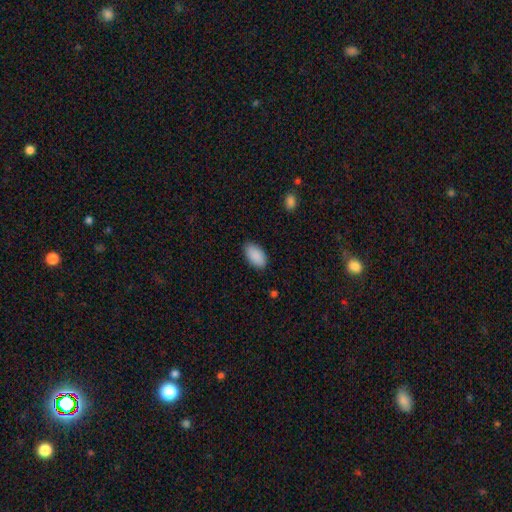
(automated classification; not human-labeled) Smooth or featured? Predicted: smooth (p=0.91). How rounded? Predicted: in between (p=0.95). Merging? Predicted: none (p=0.86).